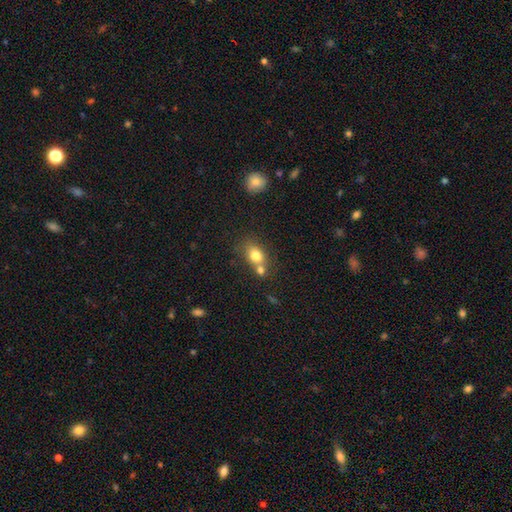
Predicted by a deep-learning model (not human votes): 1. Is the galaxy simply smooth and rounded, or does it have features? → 78% smooth, 12% featured or disk, 10% star or artifact.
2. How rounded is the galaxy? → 59% in between, 39% round, 2% cigar-shaped.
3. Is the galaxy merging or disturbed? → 45% none, 38% merger, 12% minor disturbance, 5% major disturbance.